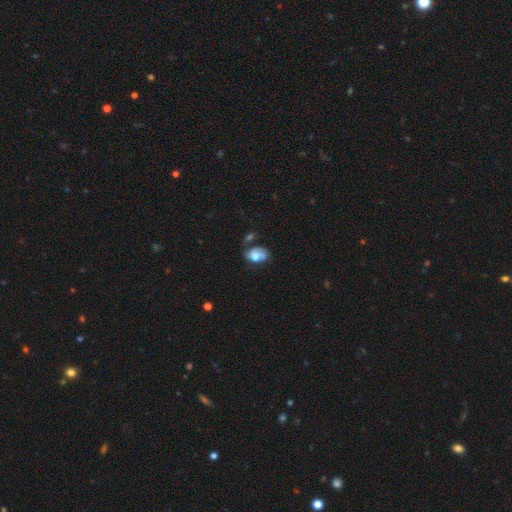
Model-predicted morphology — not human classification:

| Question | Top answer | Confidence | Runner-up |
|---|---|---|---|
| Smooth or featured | smooth | 51% | featured or disk (39%) |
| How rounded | in between | 82% | round (17%) |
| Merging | none | 38% | minor disturbance (28%) |